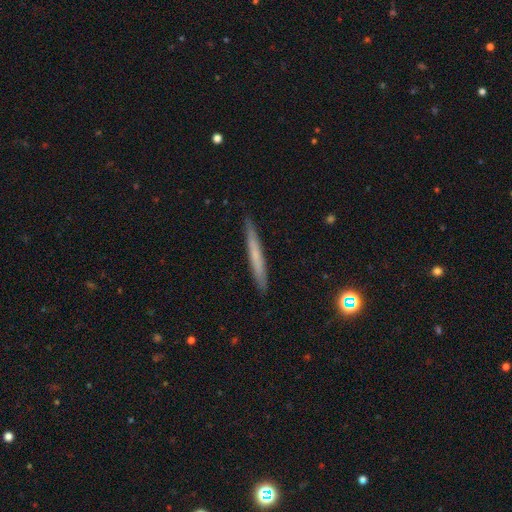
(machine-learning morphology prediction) smooth_or_featured: smooth (p=0.55) [alt: featured or disk p=0.38]
how_rounded: cigar-shaped (p=0.97) [alt: in between p=0.02]
merging: none (p=0.91) [alt: minor disturbance p=0.07]